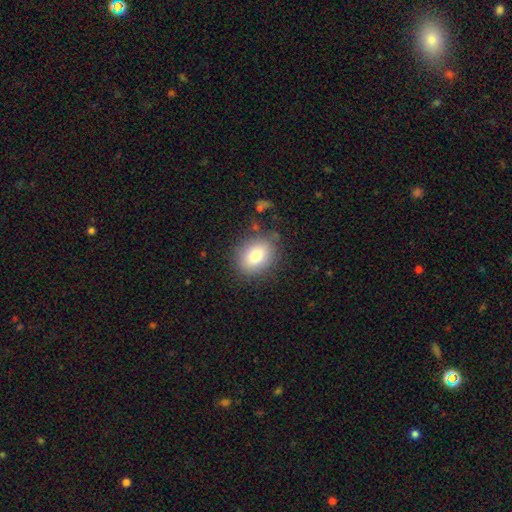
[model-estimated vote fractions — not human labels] The model was most divided on "how rounded": in between: 59%, round: 40%, cigar-shaped: 1%. More confident: merging — none (82%); smooth or featured — smooth (79%).